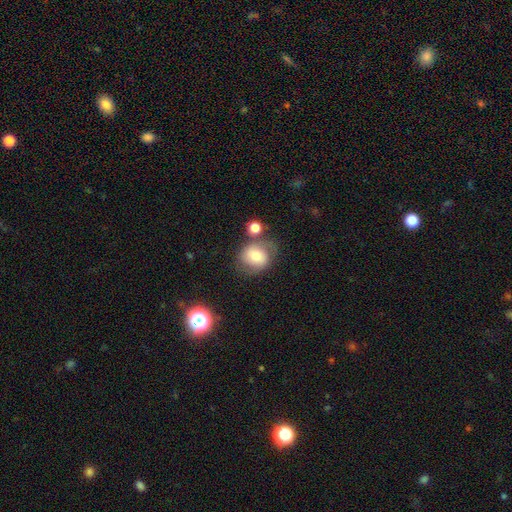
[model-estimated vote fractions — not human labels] The model was most divided on "merging": none: 52%, minor disturbance: 22%, merger: 15%, major disturbance: 11%. More confident: how rounded — round (66%); smooth or featured — smooth (64%).